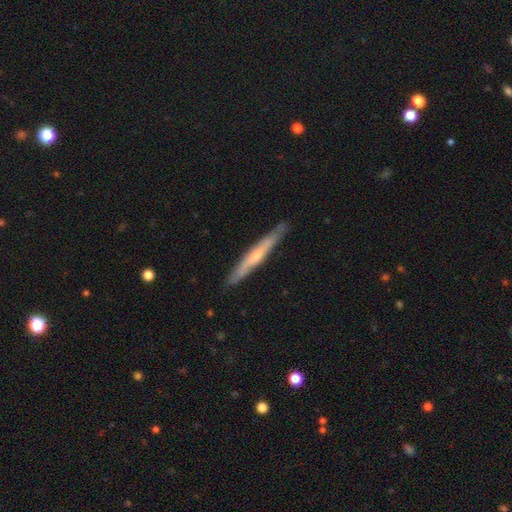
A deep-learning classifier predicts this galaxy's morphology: A featured or disk galaxy (61%) viewed edge-on (91%) with a rounded central bulge (57%).

Vote fractions:
- Smooth or featured? featured or disk: 61% / smooth: 34% / star or artifact: 5%
- Edge-on disk? yes: 91% / no: 9%
- Edge-on bulge? rounded: 57% / none: 38% / boxy: 5%
- Merging? none: 87% / minor disturbance: 10% / major disturbance: 2% / merger: 1%